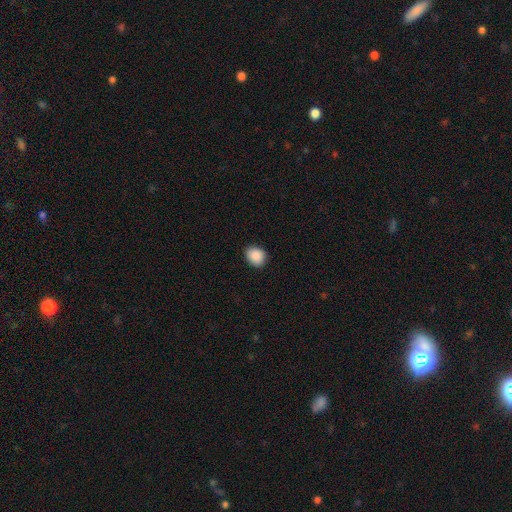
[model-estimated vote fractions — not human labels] This appears to be a smooth galaxy with no disk features (90%) that is round (56%). Merging: none (88%).